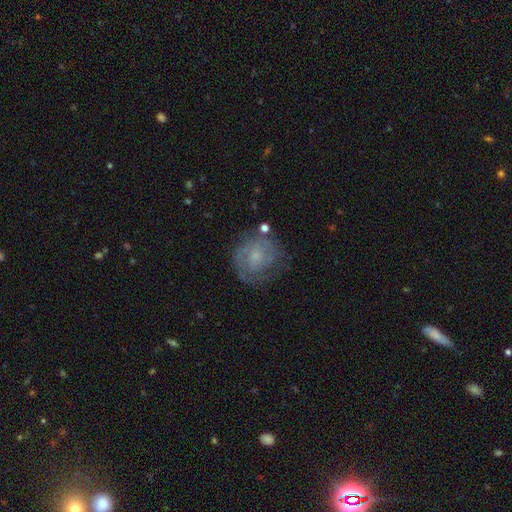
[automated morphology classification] This is likely a featured or disk galaxy (67%). It is clearly not viewed edge-on (97%). Bar: likely no (64%). Spiral arm pattern: clearly yes (89%). Spiral arm count: possibly 2 (45%). Spiral winding: possibly tight (59%). Central bulge: possibly small (51%). Merging: likely none (74%).